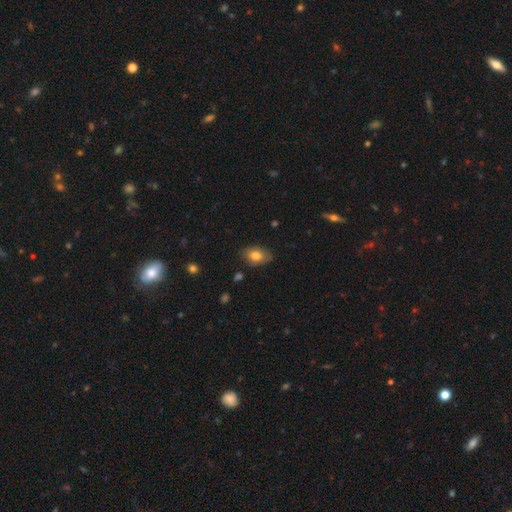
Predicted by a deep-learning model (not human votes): smooth_or_featured: smooth (p=0.79) [alt: featured or disk p=0.13]
how_rounded: in between (p=0.84) [alt: round p=0.15]
merging: none (p=0.80) [alt: minor disturbance p=0.16]